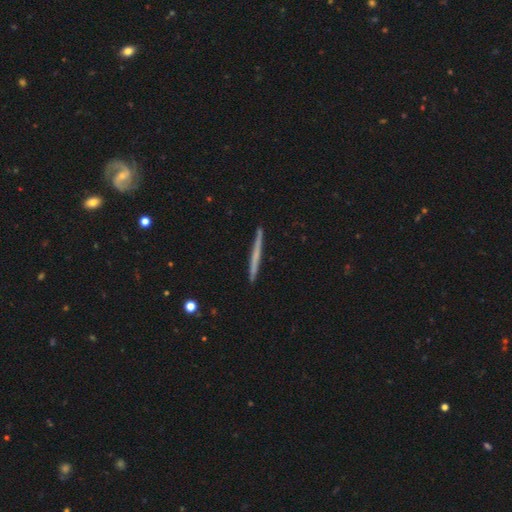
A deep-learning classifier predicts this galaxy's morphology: Q: Smooth or featured?
A: featured or disk (48%); runner-up: smooth (46%)
Q: Merging?
A: none (92%); runner-up: minor disturbance (6%)